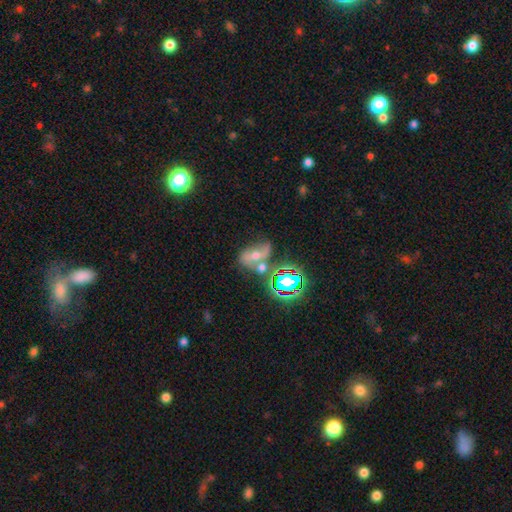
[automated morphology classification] Smooth or featured? Predicted: featured or disk (p=0.45). Merging? Predicted: none (p=0.42).